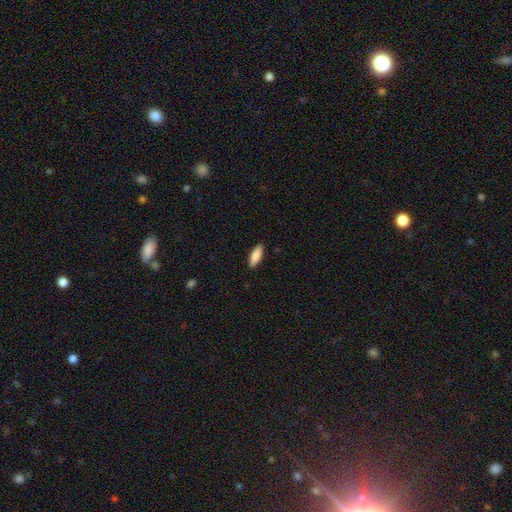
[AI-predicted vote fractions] smooth-or-featured: smooth: 86% | featured or disk: 8% | star or artifact: 6%
  how-rounded: in between: 65% | cigar-shaped: 33% | round: 2%
  merging: none: 89% | minor disturbance: 8% | major disturbance: 2% | merger: 1%